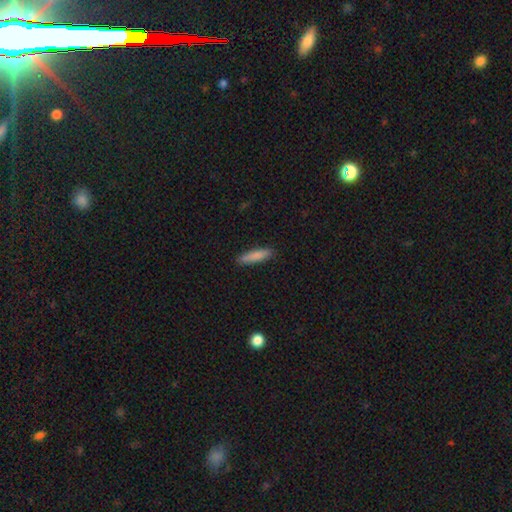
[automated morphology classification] Smooth or featured? smooth (85%)
How rounded? cigar-shaped (81%)
Merging? none (89%)